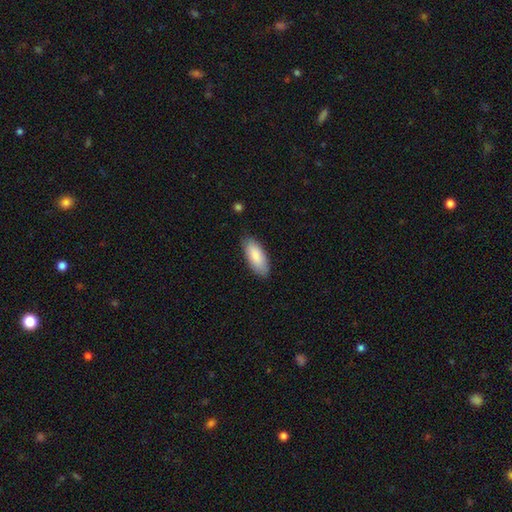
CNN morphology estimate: Overall: smooth (86%). How rounded: in between (85%). Merging: none (84%).